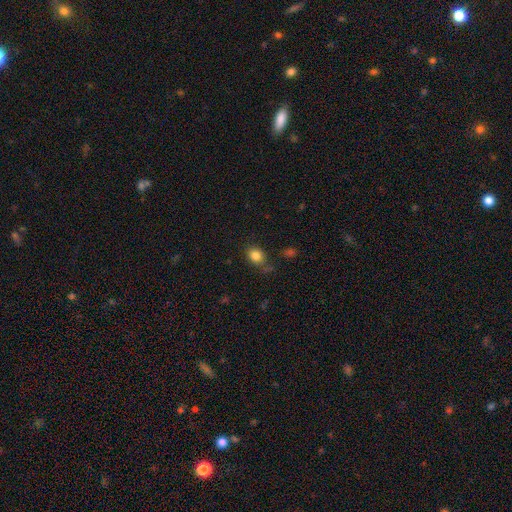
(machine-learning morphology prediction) type=smooth (83%); roundness=round (50%); merging=none (74%).